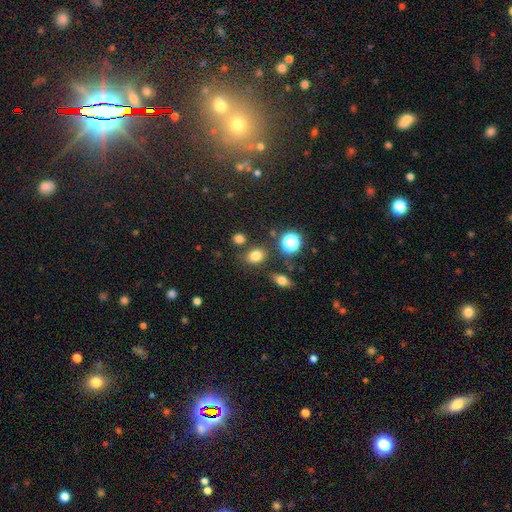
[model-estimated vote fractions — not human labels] Morphology: type=smooth (77%); roundness=round (49%, tied with in between); merging=none (76%).